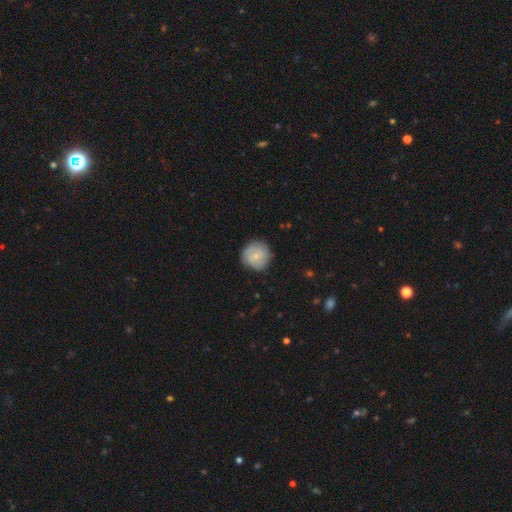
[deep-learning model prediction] Morphology: type=smooth (59%); roundness=round (93%); merging=none (83%).